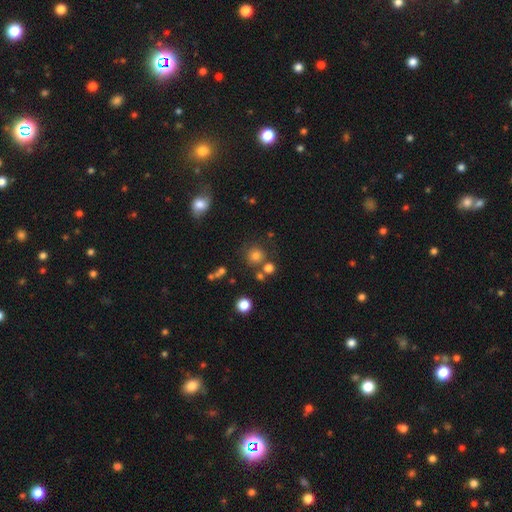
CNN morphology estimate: type=smooth (75%); roundness=round (90%); merging=none (73%).